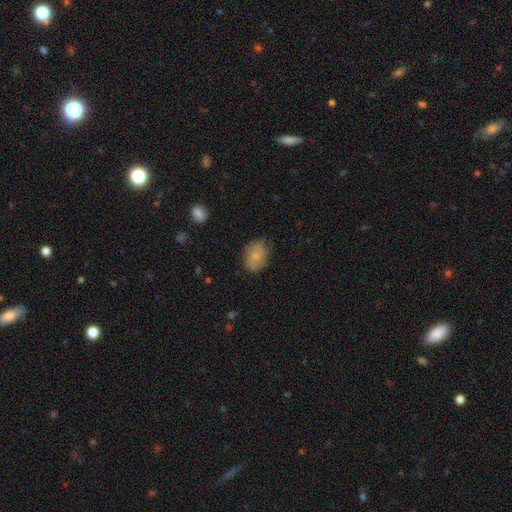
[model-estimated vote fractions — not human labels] This appears to be a smooth galaxy with no disk features (73%) that is in between round and cigar-shaped (65%). Merging: none (70%).